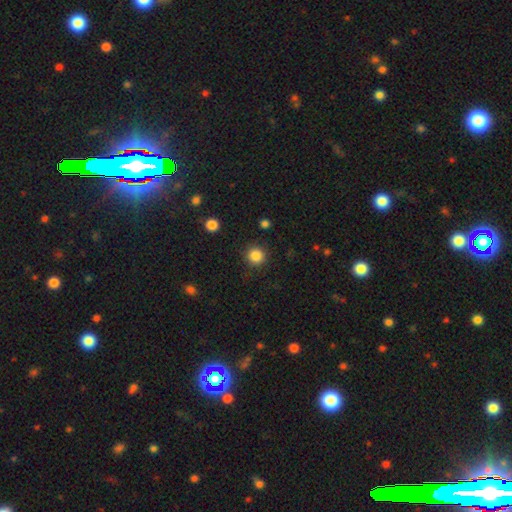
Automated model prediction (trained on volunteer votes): Overall: smooth (85%). How rounded: round (94%). Merging: none (90%).